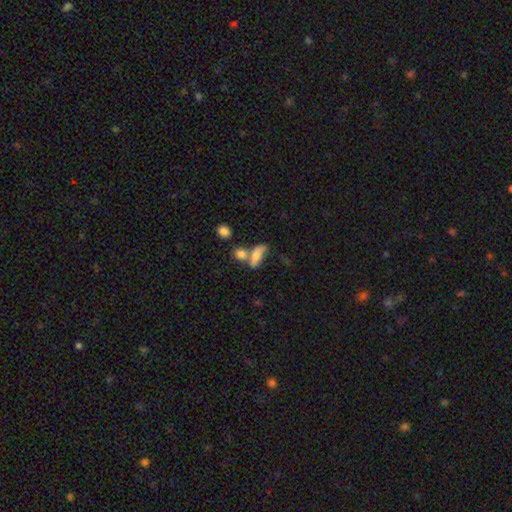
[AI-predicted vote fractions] A smooth galaxy with no disk features (70%) that is in between round and cigar-shaped (69%). Merging: merger (43%).